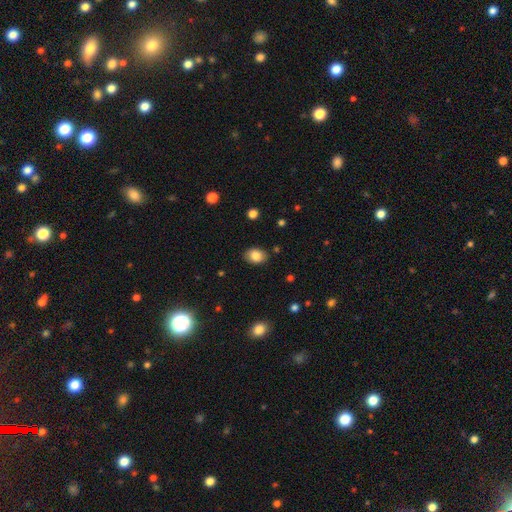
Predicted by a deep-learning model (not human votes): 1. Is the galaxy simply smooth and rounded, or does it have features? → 84% smooth, 9% star or artifact, 7% featured or disk.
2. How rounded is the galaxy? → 71% in between, 28% round, 1% cigar-shaped.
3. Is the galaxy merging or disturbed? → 86% none, 10% minor disturbance, 2% major disturbance, 1% merger.